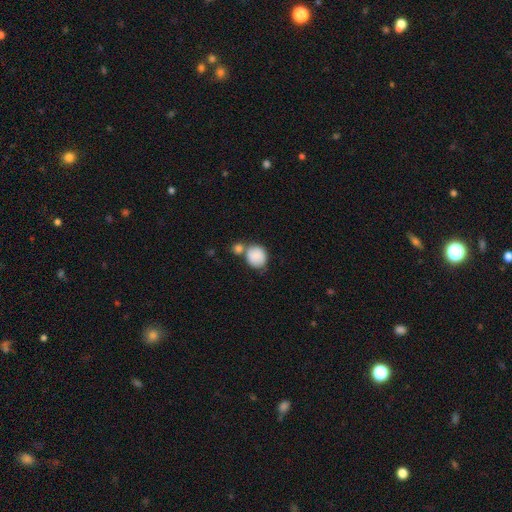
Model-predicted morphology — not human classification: This is clearly a smooth galaxy (86%). How rounded: likely round (76%). Merging: marginally merger (40%, tied with none).